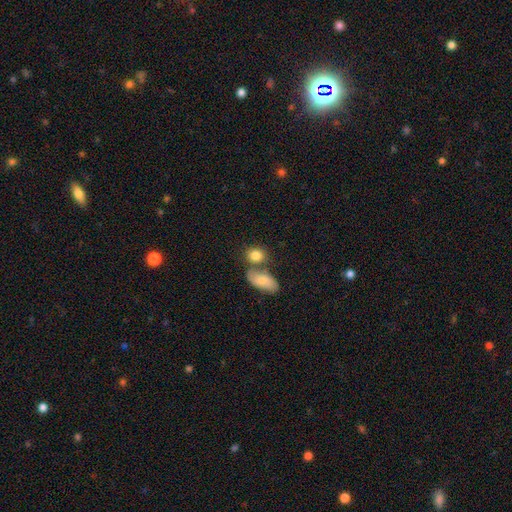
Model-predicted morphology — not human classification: smooth_or_featured: smooth (p=0.83) [alt: featured or disk p=0.09]
how_rounded: in between (p=0.49) [alt: round p=0.48]
merging: none (p=0.51) [alt: merger p=0.33]